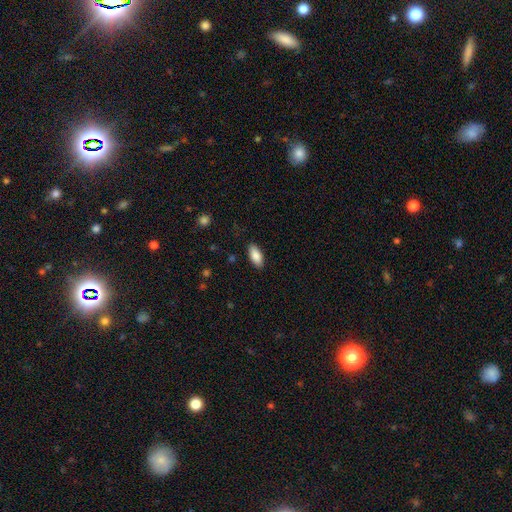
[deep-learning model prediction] The model was most divided on "how rounded": in between: 87%, cigar-shaped: 11%, round: 2%. More confident: merging — none (87%); smooth or featured — smooth (87%).